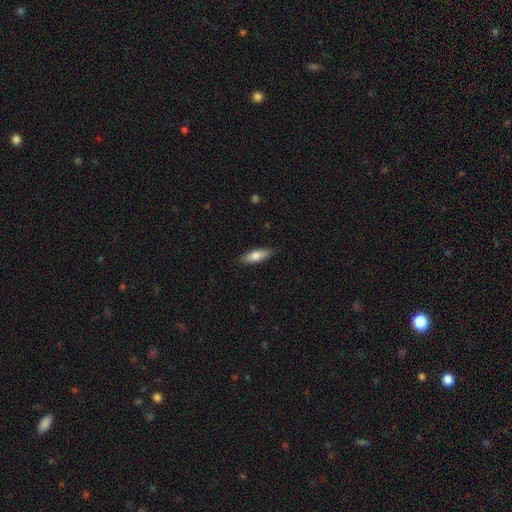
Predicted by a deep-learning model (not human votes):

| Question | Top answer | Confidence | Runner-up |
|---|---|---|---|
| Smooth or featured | smooth | 75% | featured or disk (20%) |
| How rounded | in between | 54% | cigar-shaped (44%) |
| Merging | none | 88% | minor disturbance (10%) |